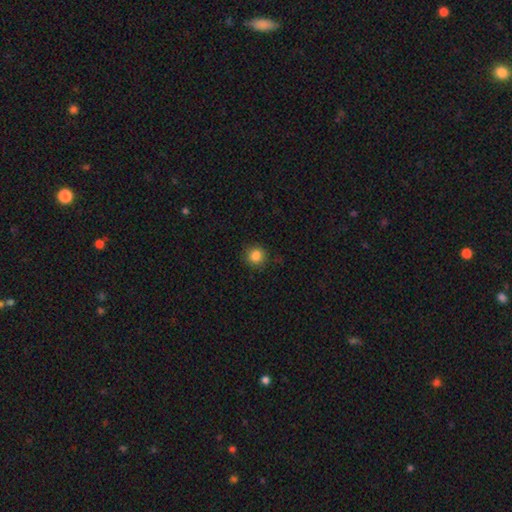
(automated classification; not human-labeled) The model was most divided on "smooth or featured": smooth: 85%, star or artifact: 11%, featured or disk: 4%. More confident: how rounded — round (92%); merging — none (88%).